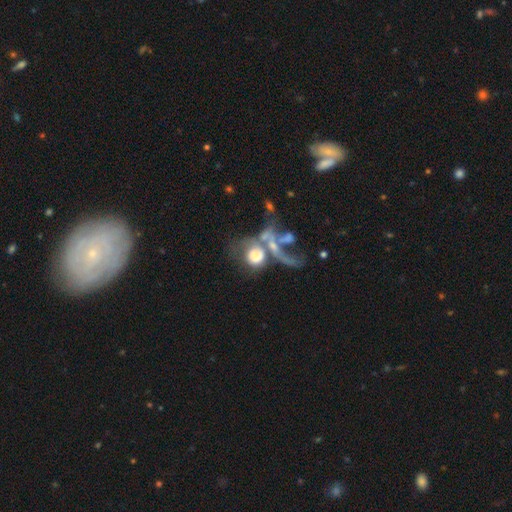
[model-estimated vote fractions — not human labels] Smooth or featured? smooth (46%)
Merging? merger (51%)